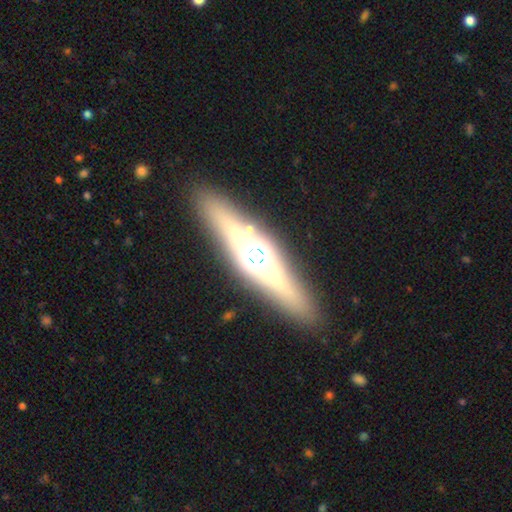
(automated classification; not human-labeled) Q: Smooth or featured?
A: featured or disk (73%); runner-up: smooth (20%)
Q: Edge-on disk?
A: yes (93%); runner-up: no (7%)
Q: Edge-on bulge?
A: rounded (78%); runner-up: boxy (17%)
Q: Merging?
A: none (88%); runner-up: minor disturbance (8%)